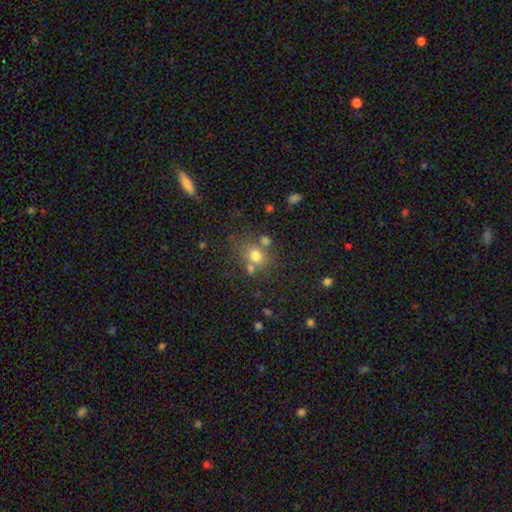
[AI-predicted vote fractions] This is likely a smooth galaxy (72%). How rounded: likely round (67%). Merging: likely none (61%).